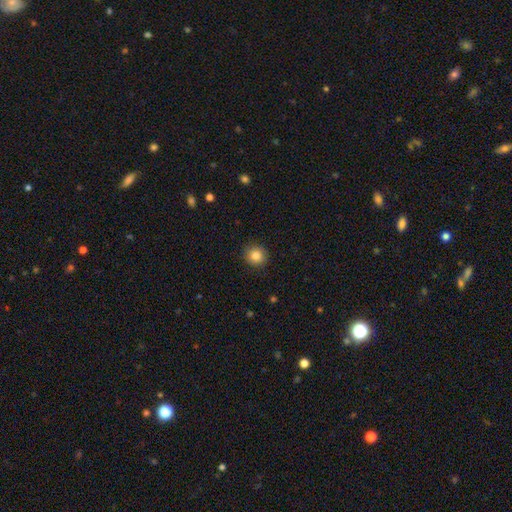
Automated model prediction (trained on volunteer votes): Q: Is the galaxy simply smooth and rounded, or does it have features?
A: smooth — 85%.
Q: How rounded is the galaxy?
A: round — 91%.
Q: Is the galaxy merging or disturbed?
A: none — 91%.